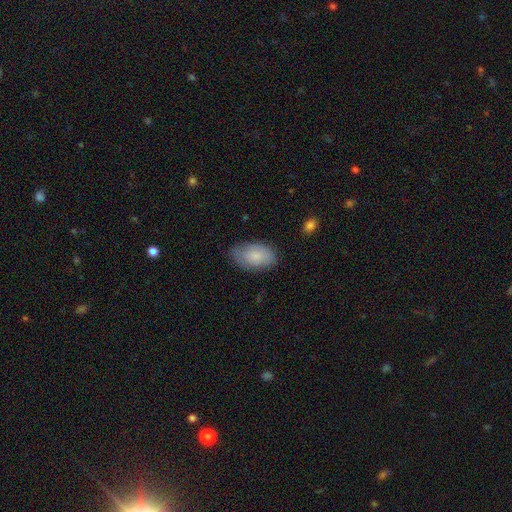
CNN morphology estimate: A smooth galaxy with no disk features (82%) that is in between round and cigar-shaped (94%). Merging: none (73%).